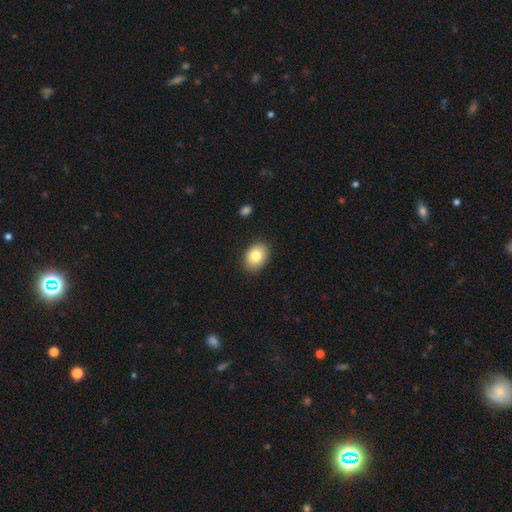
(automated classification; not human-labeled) Overall: smooth (83%). How rounded: in between (74%). Merging: none (87%).